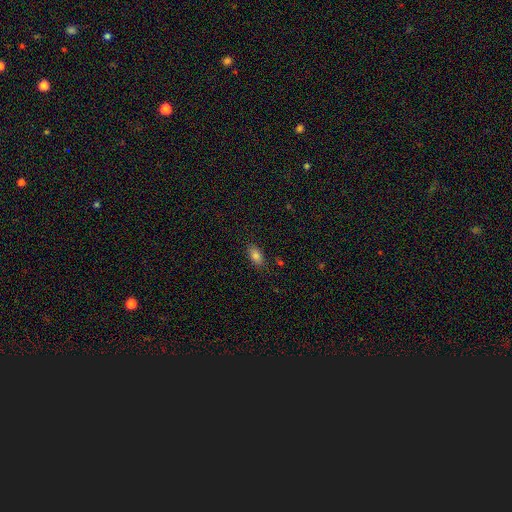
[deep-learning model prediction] Smooth or featured? Predicted: smooth (p=0.82). How rounded? Predicted: in between (p=0.89). Merging? Predicted: none (p=0.84).